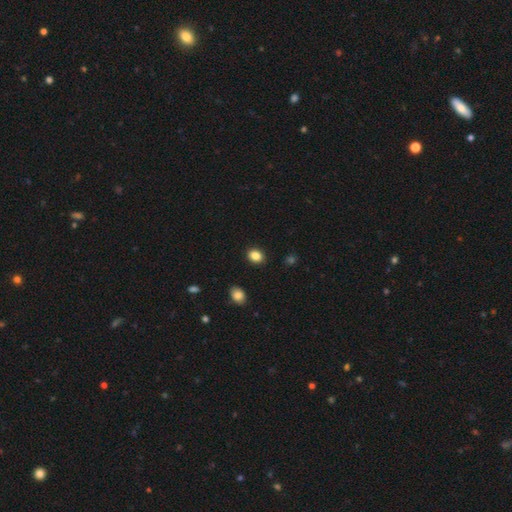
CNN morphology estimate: Smooth or featured: smooth — 86% (star or artifact — 10%)
How rounded: round — 50% (in between — 49%)
Merging: none — 90% (minor disturbance — 7%)